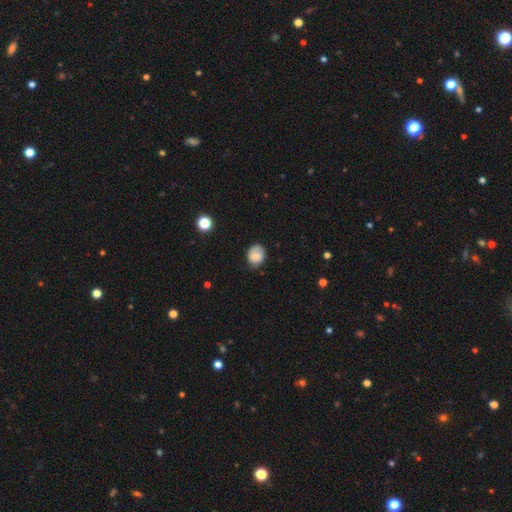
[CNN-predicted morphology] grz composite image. It shows a smooth galaxy with no disk features (76%) that is round (59%). Merging: none (74%).